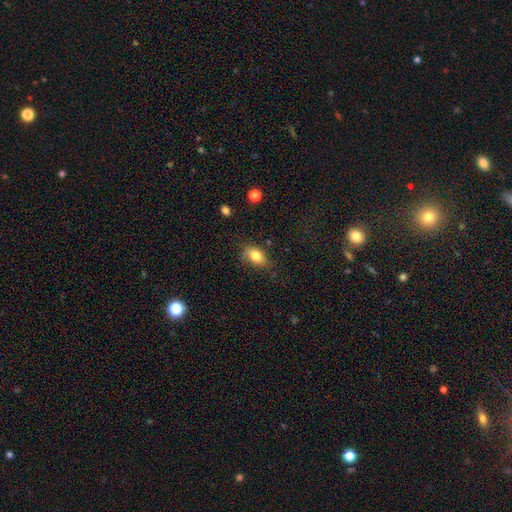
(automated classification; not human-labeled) This is likely a smooth galaxy (78%). How rounded: clearly in between (81%). Merging: likely none (64%).